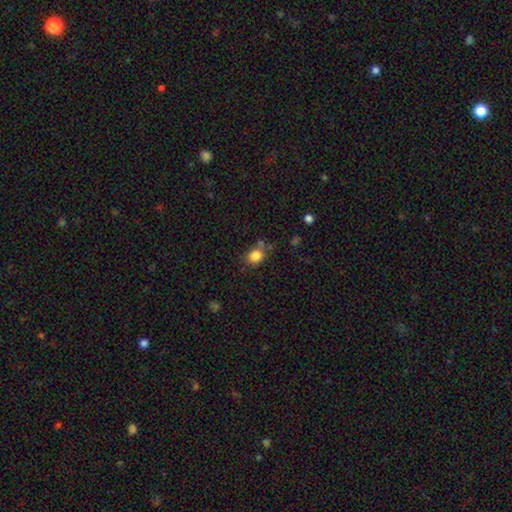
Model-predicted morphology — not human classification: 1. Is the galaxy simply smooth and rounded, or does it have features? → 83% smooth, 11% star or artifact, 6% featured or disk.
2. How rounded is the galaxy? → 61% round, 38% in between, 1% cigar-shaped.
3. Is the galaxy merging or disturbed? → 64% none, 17% minor disturbance, 13% merger, 6% major disturbance.